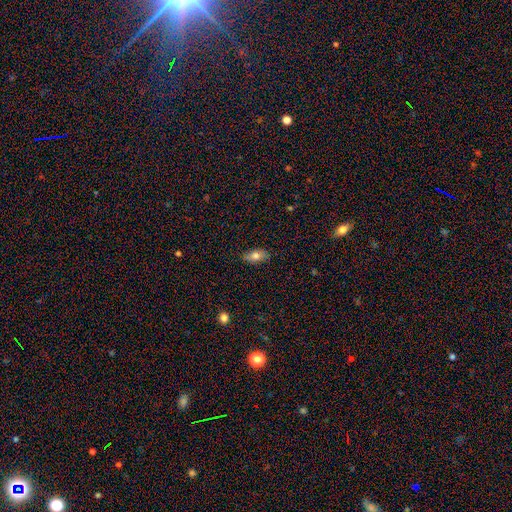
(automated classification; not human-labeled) smooth_or_featured: smooth (p=0.77) [alt: featured or disk p=0.15]
how_rounded: in between (p=0.88) [alt: cigar-shaped p=0.08]
merging: none (p=0.84) [alt: minor disturbance p=0.13]